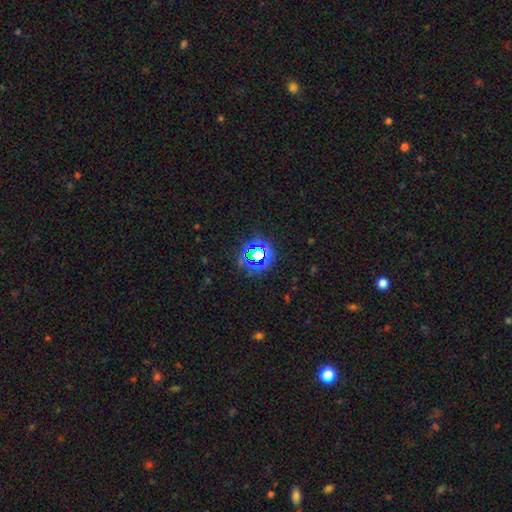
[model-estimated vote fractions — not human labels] Smooth or featured? Predicted: star or artifact (p=0.70).